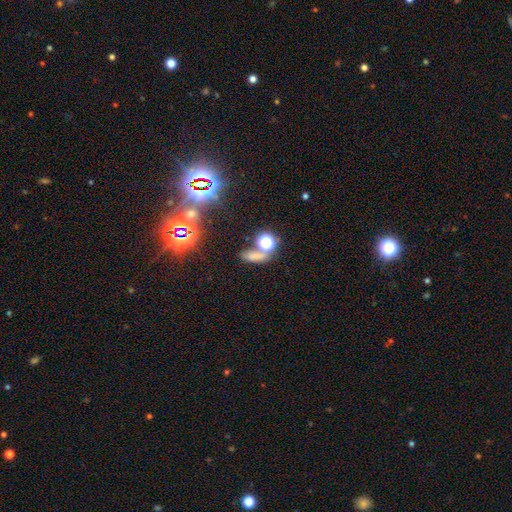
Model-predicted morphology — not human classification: Smooth or featured? Predicted: smooth (p=0.59). How rounded? Predicted: in between (p=0.48). Merging? Predicted: none (p=0.56).